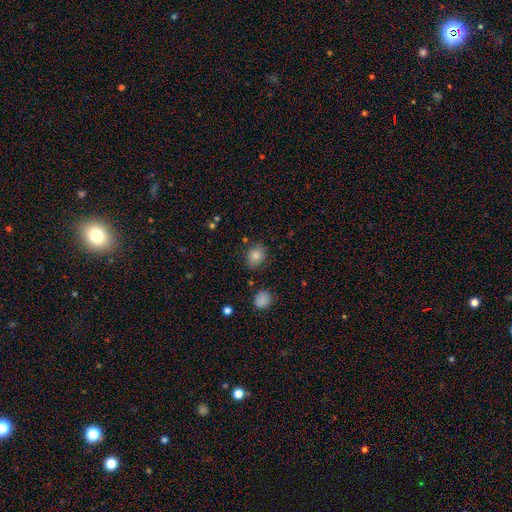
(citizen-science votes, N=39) smooth_or_featured: smooth (p=0.79) [alt: featured or disk p=0.10]
how_rounded: round (p=0.52) [alt: in between p=0.48]
merging: none (p=0.77) [alt: minor disturbance p=0.17]